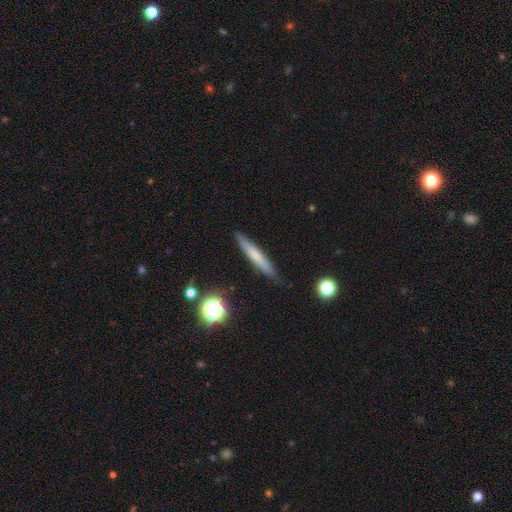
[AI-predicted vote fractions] smooth_or_featured: smooth (p=0.65) [alt: featured or disk p=0.27]
how_rounded: cigar-shaped (p=0.93) [alt: in between p=0.05]
merging: none (p=0.88) [alt: minor disturbance p=0.09]